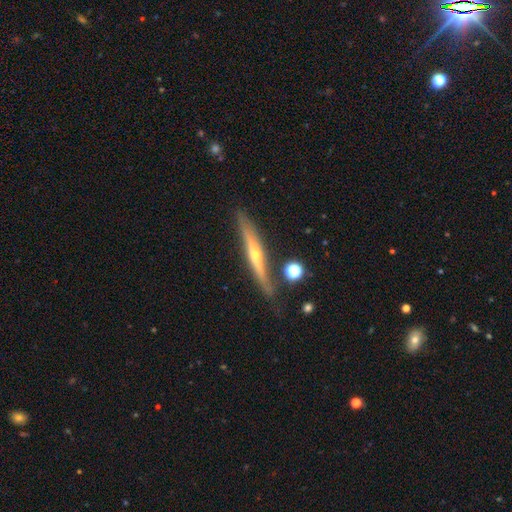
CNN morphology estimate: Smooth or featured: featured or disk — 72% (smooth — 22%)
Edge-on disk: yes — 94% (no — 6%)
Edge-on bulge: rounded — 81% (none — 16%)
Merging: none — 82% (minor disturbance — 12%)